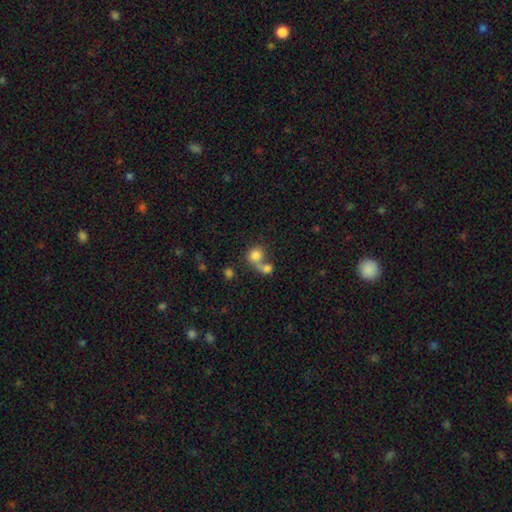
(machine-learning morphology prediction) A smooth galaxy with no disk features (78%) that is round (75%).

Vote fractions:
- Smooth or featured? smooth: 78% / featured or disk: 11% / star or artifact: 11%
- How rounded? round: 75% / in between: 24% / cigar-shaped: 1%
- Merging? merger: 56% / none: 31% / minor disturbance: 7% / major disturbance: 6%